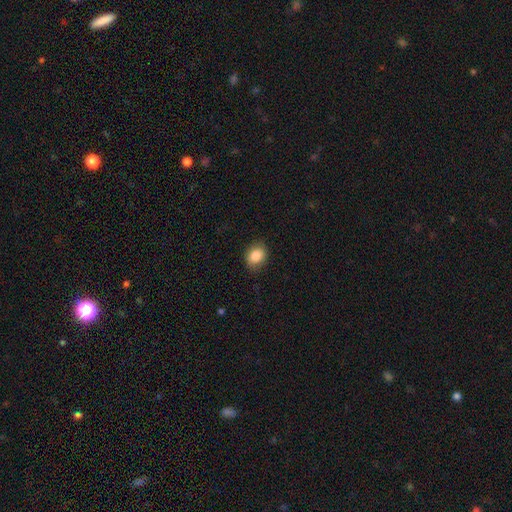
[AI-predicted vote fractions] The model was most divided on "how rounded": in between: 57%, round: 42%, cigar-shaped: 1%. More confident: smooth or featured — smooth (86%); merging — none (85%).